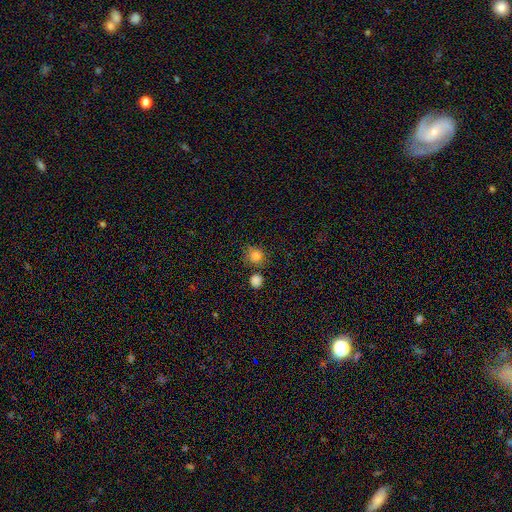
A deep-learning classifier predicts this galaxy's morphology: A smooth galaxy with no disk features (83%) that is round (88%). Merging: none (71%).